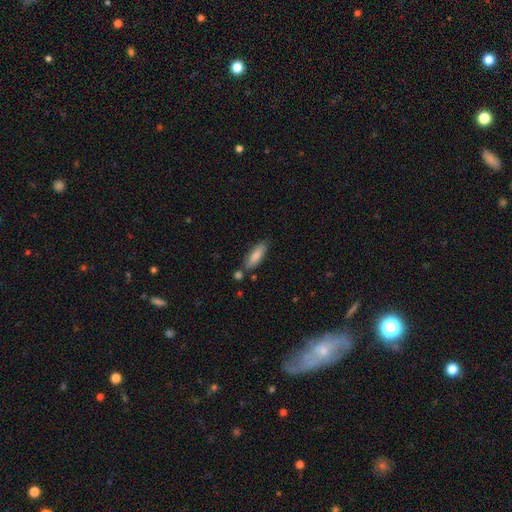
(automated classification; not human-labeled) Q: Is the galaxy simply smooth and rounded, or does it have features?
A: smooth — 84%.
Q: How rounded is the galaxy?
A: in between — 53%.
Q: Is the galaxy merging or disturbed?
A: none — 73%.